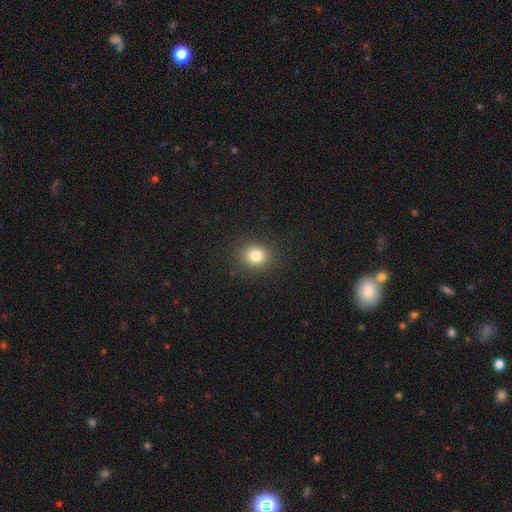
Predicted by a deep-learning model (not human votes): Q: Smooth or featured?
A: smooth (82%); runner-up: star or artifact (12%)
Q: How rounded?
A: round (78%); runner-up: in between (21%)
Q: Merging?
A: none (89%); runner-up: minor disturbance (7%)